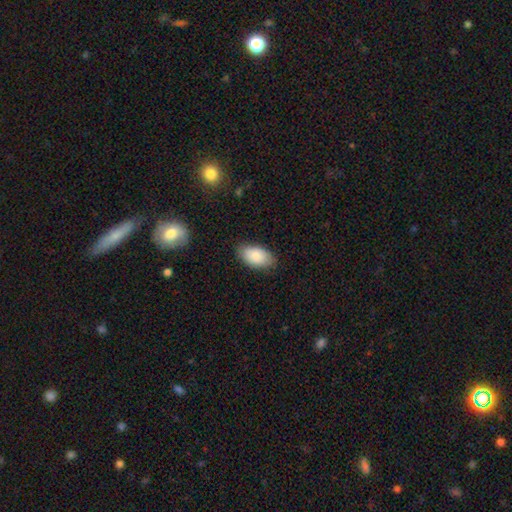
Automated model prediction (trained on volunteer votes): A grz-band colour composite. It shows a smooth galaxy with no disk features (85%) that is in between round and cigar-shaped (95%). Merging: none (83%).